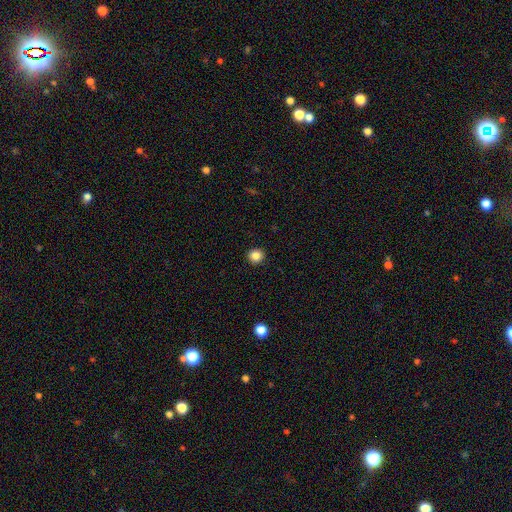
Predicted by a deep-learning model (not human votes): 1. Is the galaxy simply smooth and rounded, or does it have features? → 85% smooth, 11% star or artifact, 4% featured or disk.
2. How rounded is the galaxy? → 91% round, 8% in between, 1% cigar-shaped.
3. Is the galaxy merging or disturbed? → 93% none, 5% minor disturbance, 2% major disturbance, 1% merger.